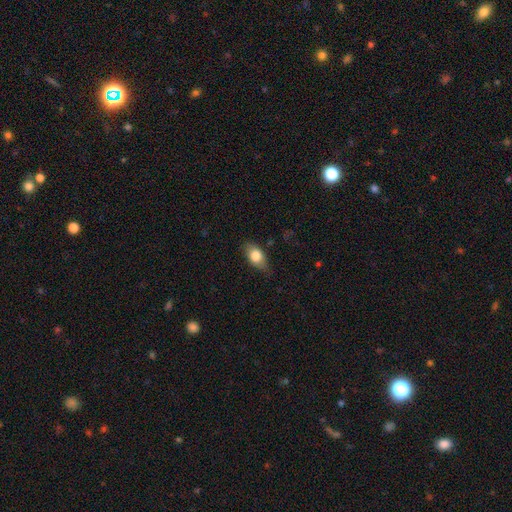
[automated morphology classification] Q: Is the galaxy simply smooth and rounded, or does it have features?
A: smooth — 78%.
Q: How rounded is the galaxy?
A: in between — 86%.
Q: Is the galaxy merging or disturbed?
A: none — 75%.